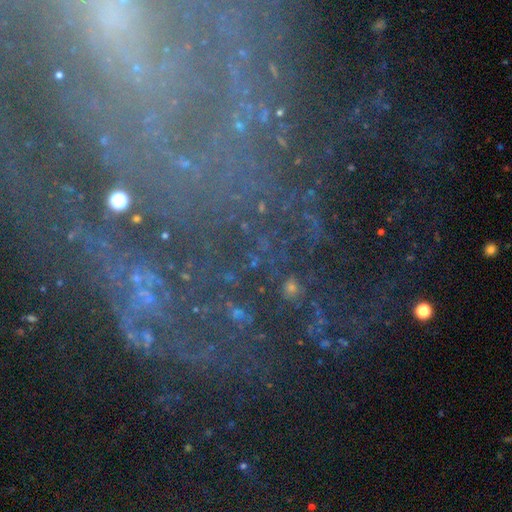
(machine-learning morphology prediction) star or artifact 51%, featured or disk 36%, smooth 13%.